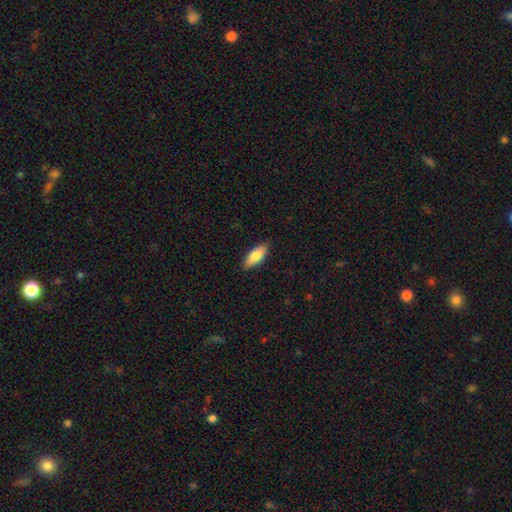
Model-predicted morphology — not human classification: A smooth galaxy with no disk features (77%) that is in between round and cigar-shaped (74%).

Vote fractions:
- Smooth or featured? smooth: 77% / featured or disk: 17% / star or artifact: 6%
- How rounded? in between: 74% / cigar-shaped: 24% / round: 2%
- Merging? none: 88% / minor disturbance: 9% / major disturbance: 2% / merger: 1%